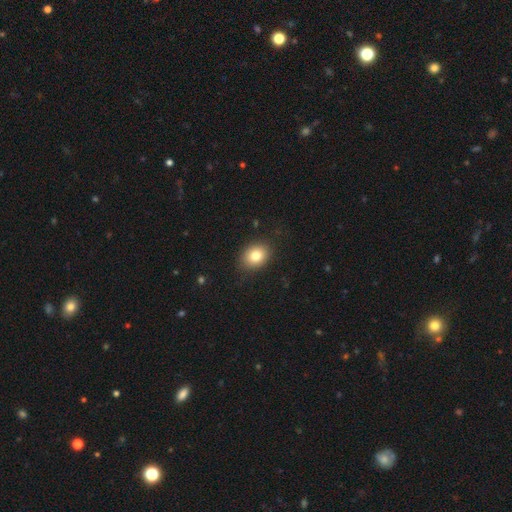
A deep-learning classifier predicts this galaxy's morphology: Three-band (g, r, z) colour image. It shows a smooth galaxy with no disk features (81%) that is in between round and cigar-shaped (55%). Merging: none (85%).